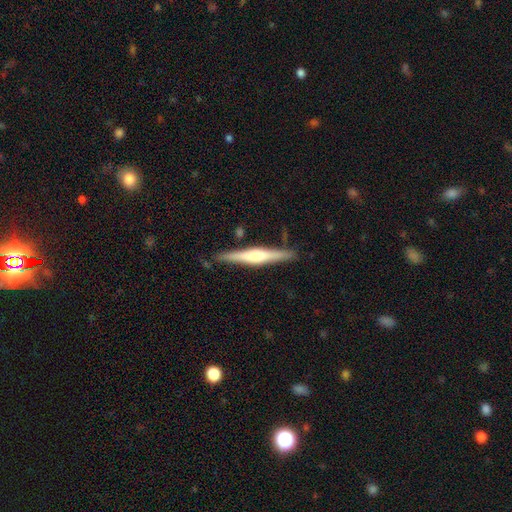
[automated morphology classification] smooth_or_featured: featured or disk (p=0.65) [alt: smooth p=0.30]
disk_edge_on: yes (p=0.98) [alt: no p=0.02]
edge_on_bulge: rounded (p=0.69) [alt: boxy p=0.21]
merging: none (p=0.86) [alt: minor disturbance p=0.10]